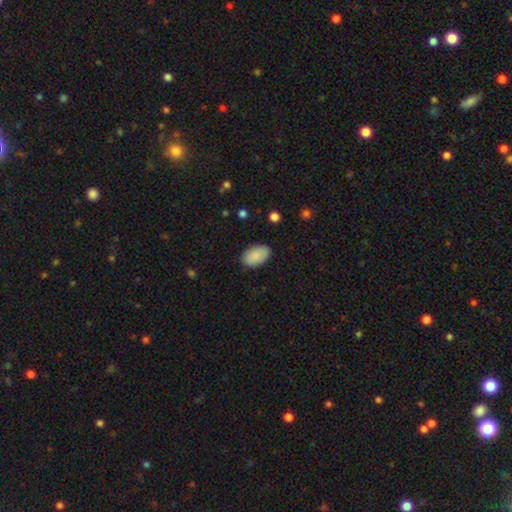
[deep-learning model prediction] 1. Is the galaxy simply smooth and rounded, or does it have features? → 90% smooth, 6% star or artifact, 5% featured or disk.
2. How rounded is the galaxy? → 94% in between, 5% round, 1% cigar-shaped.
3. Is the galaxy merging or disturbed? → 86% none, 10% minor disturbance, 2% major disturbance, 1% merger.